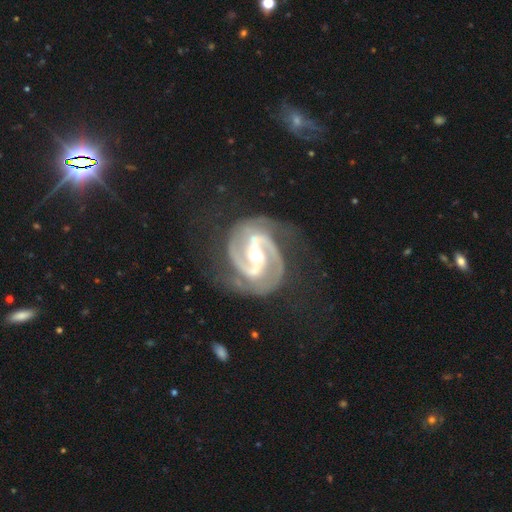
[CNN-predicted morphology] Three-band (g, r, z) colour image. It shows a featured or disk galaxy (94%) with a strong bar (49%), 2 (89%) medium (57%) spiral arms (99%) and a moderate central bulge (61%). Merging: none (72%).